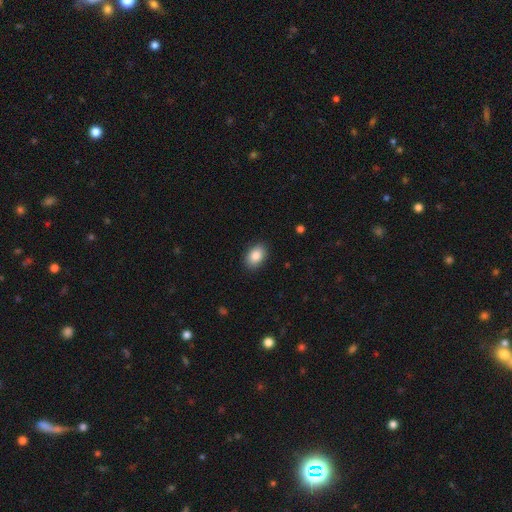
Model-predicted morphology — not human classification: This appears to be a smooth galaxy with no disk features (86%) that is in between round and cigar-shaped (84%). Merging: none (88%).